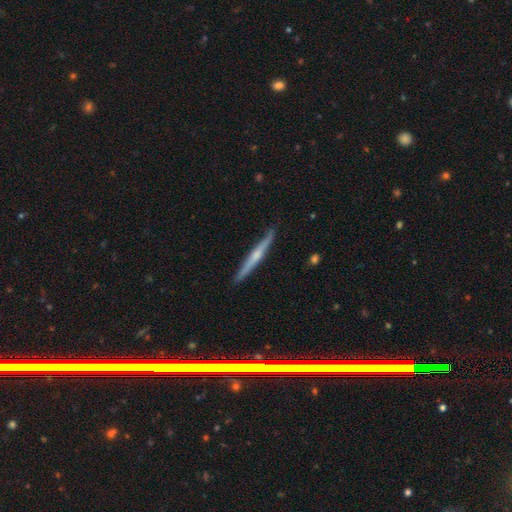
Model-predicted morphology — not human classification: smooth_or_featured: featured or disk (p=0.63) [alt: smooth p=0.30]
disk_edge_on: yes (p=0.97) [alt: no p=0.03]
edge_on_bulge: rounded (p=0.62) [alt: none p=0.31]
merging: none (p=0.89) [alt: minor disturbance p=0.08]